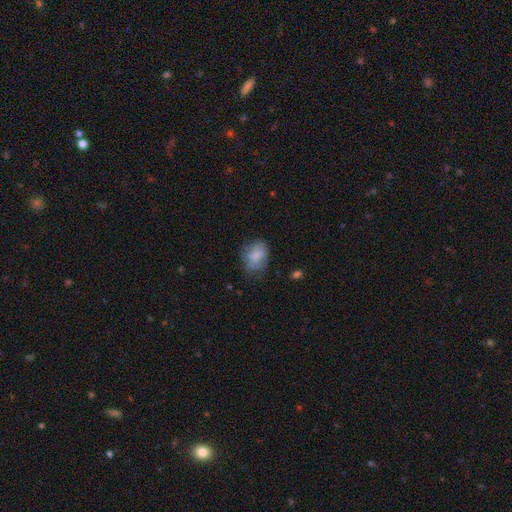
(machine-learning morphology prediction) smooth_or_featured: smooth (p=0.73) [alt: featured or disk p=0.18]
how_rounded: in between (p=0.66) [alt: round p=0.32]
merging: none (p=0.57) [alt: minor disturbance p=0.29]